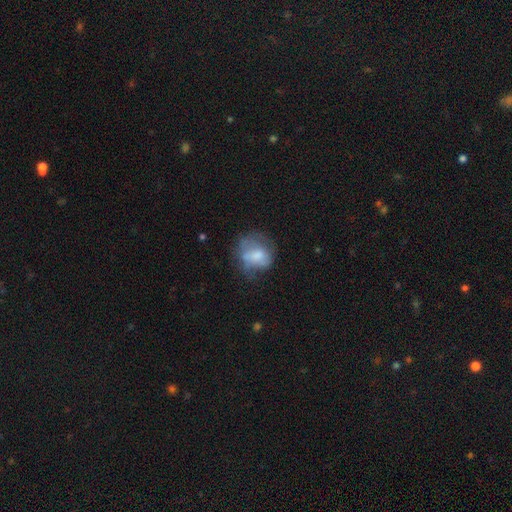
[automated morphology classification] type=smooth (60%); roundness=round (57%); merging=none (40%).